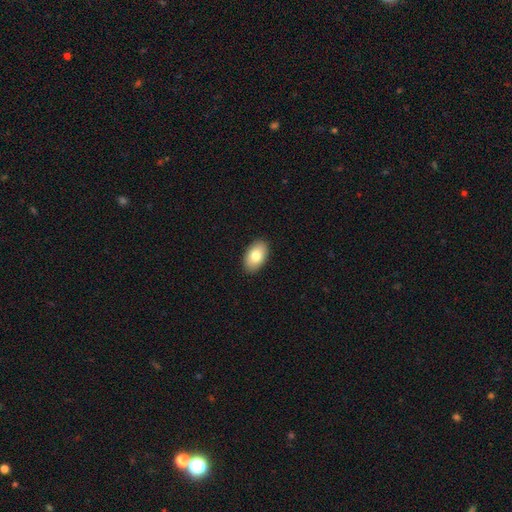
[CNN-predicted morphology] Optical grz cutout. It shows a smooth galaxy with no disk features (82%) that is in between round and cigar-shaped (93%). Merging: none (90%).